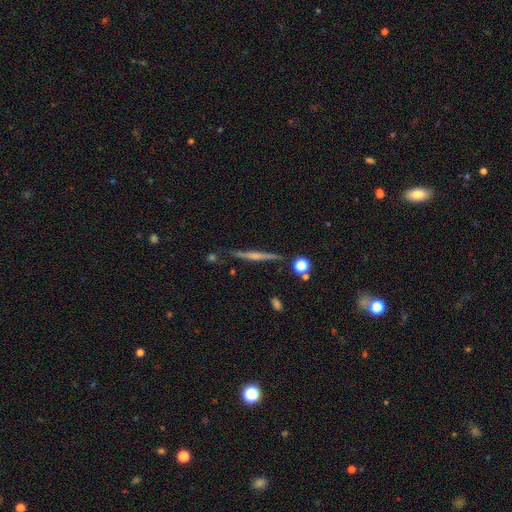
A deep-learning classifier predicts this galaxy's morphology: Smooth or featured?
  - featured or disk: 61% *
  - smooth: 31%
  - star or artifact: 8%
Edge-on disk?
  - yes: 97% *
  - no: 3%
Edge-on bulge?
  - none: 50% *
  - rounded: 37%
  - boxy: 13%
Merging?
  - none: 85% *
  - minor disturbance: 10%
  - merger: 3%
  - major disturbance: 2%